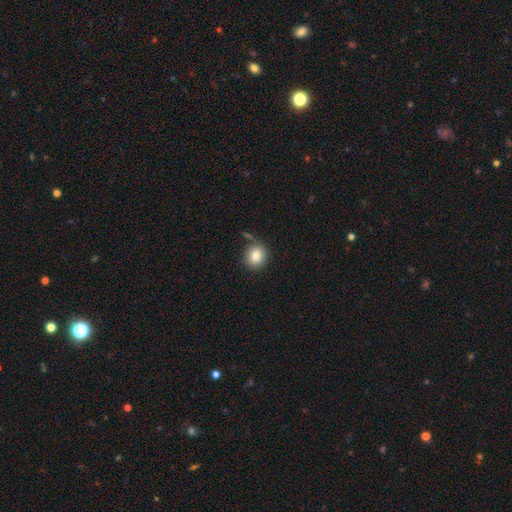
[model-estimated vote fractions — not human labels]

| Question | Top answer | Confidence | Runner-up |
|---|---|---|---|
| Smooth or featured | smooth | 82% | star or artifact (10%) |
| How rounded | round | 84% | in between (16%) |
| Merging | none | 74% | minor disturbance (14%) |